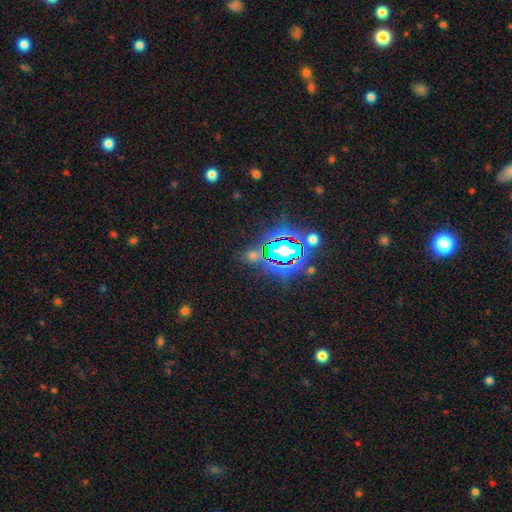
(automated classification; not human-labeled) This is likely a star or artifact rather than a galaxy (67%).